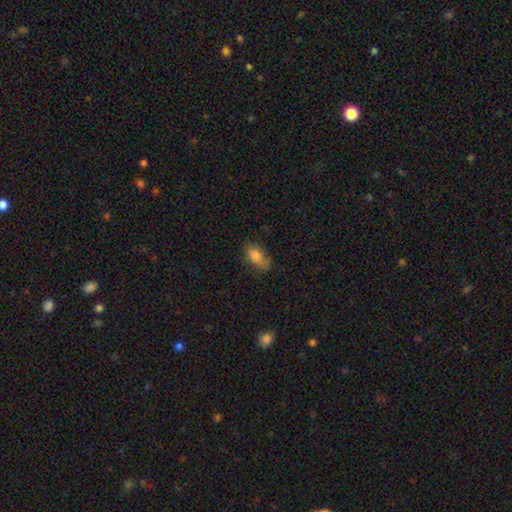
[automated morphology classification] A smooth galaxy with no disk features (78%) that is in between round and cigar-shaped (85%). Merging: none (50%).